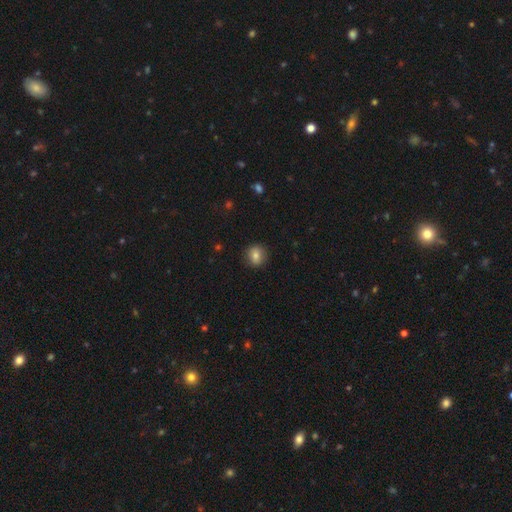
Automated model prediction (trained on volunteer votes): smooth_or_featured: smooth (p=0.80) [alt: featured or disk p=0.11]
how_rounded: round (p=0.79) [alt: in between p=0.19]
merging: none (p=0.87) [alt: minor disturbance p=0.09]